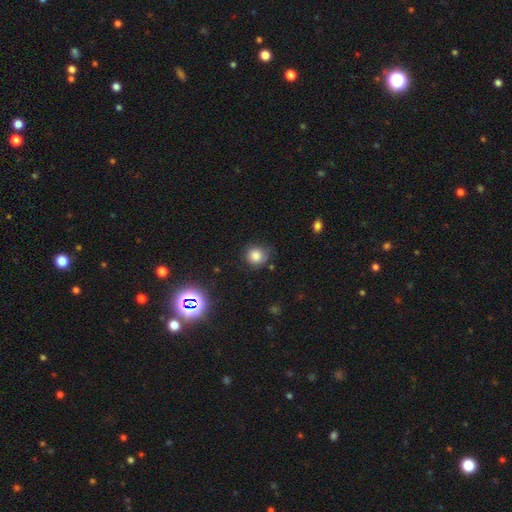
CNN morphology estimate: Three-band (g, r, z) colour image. It shows a smooth galaxy with no disk features (80%) that is round (88%). Merging: none (75%).